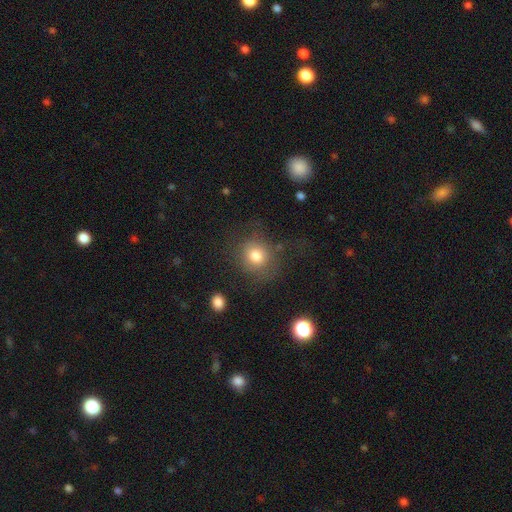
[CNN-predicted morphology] Smooth or featured? Predicted: smooth (p=0.77). How rounded? Predicted: round (p=0.82). Merging? Predicted: none (p=0.69).